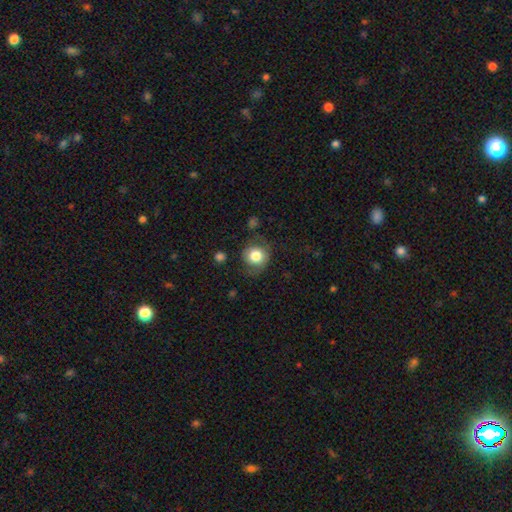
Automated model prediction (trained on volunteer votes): A smooth galaxy with no disk features (80%) that is round (84%). Merging: none (69%).